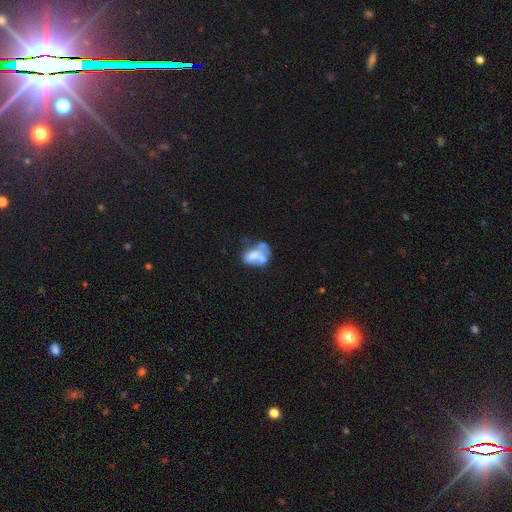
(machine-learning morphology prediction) type=featured or disk (47%); merging=merger (46%).